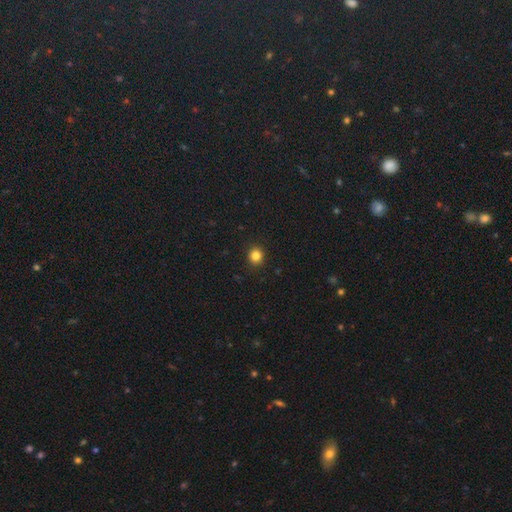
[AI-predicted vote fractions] Smooth or featured?
  - smooth: 84% *
  - star or artifact: 12%
  - featured or disk: 4%
How rounded?
  - round: 89% *
  - in between: 10%
  - cigar-shaped: 1%
Merging?
  - none: 92% *
  - minor disturbance: 6%
  - major disturbance: 2%
  - merger: 1%